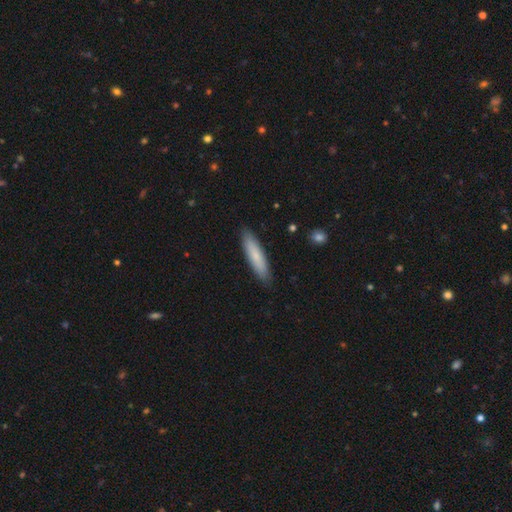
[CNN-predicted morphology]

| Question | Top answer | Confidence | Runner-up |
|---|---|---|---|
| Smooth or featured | smooth | 76% | featured or disk (19%) |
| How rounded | cigar-shaped | 80% | in between (18%) |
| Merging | none | 89% | minor disturbance (9%) |